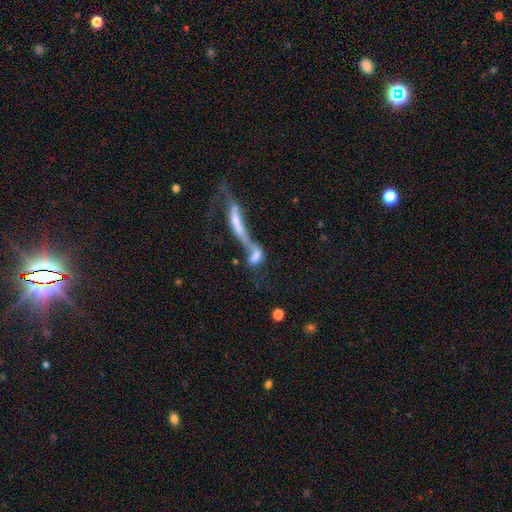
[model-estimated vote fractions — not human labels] Q: Smooth or featured?
A: smooth (54%); runner-up: featured or disk (35%)
Q: How rounded?
A: in between (53%); runner-up: cigar-shaped (38%)
Q: Merging?
A: merger (73%); runner-up: major disturbance (11%)